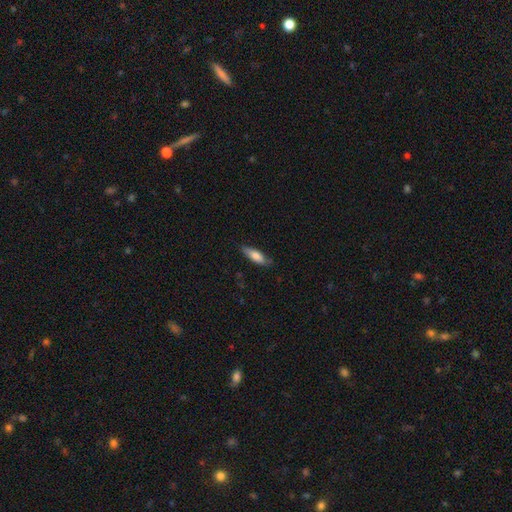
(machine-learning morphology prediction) Smooth or featured?
  - smooth: 76% *
  - featured or disk: 18%
  - star or artifact: 6%
How rounded?
  - in between: 50% *
  - cigar-shaped: 48%
  - round: 2%
Merging?
  - none: 79% *
  - minor disturbance: 17%
  - major disturbance: 3%
  - merger: 1%